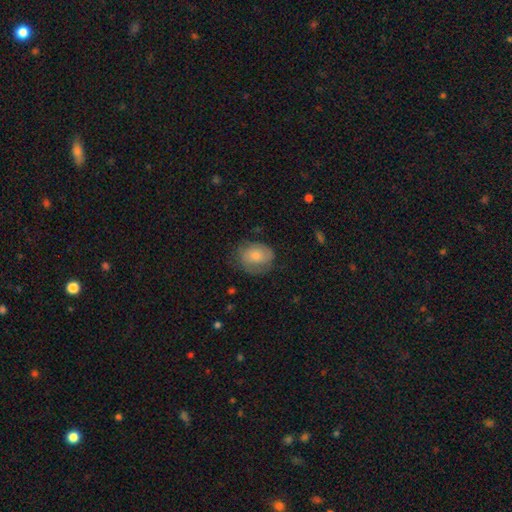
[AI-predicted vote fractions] A smooth galaxy with no disk features (64%) that is in between round and cigar-shaped (52%). Merging: none (62%).